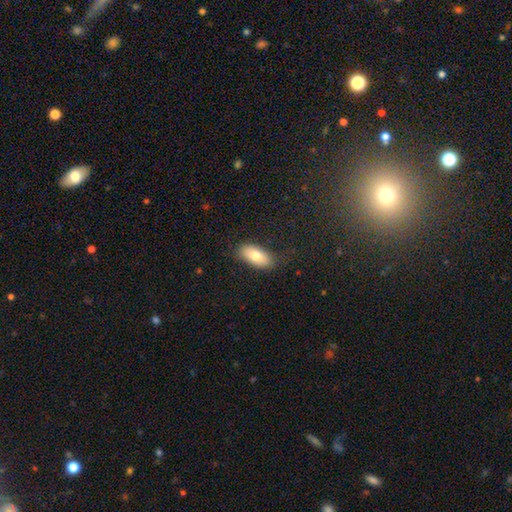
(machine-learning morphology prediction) smooth_or_featured: smooth (p=0.77) [alt: featured or disk p=0.16]
how_rounded: in between (p=0.90) [alt: cigar-shaped p=0.07]
merging: none (p=0.83) [alt: minor disturbance p=0.12]